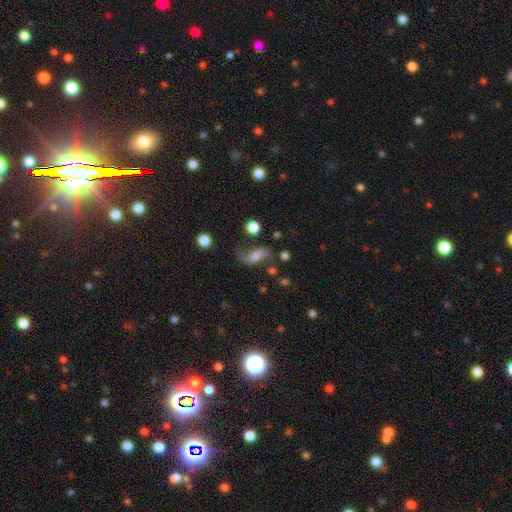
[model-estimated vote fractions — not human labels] The model was most divided on "smooth or featured": featured or disk: 54%, smooth: 34%, star or artifact: 12%. More confident: edge-on disk — no (92%); merging — none (56%).